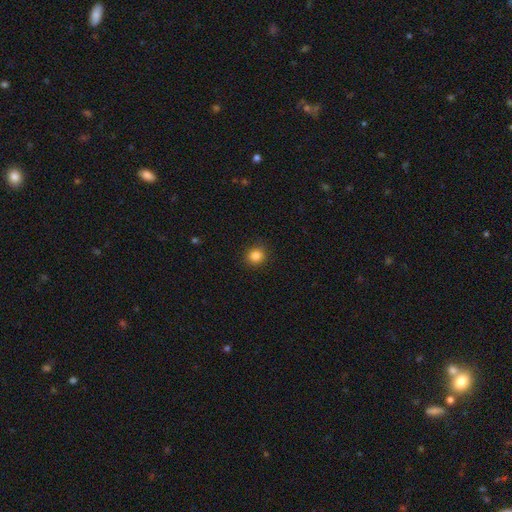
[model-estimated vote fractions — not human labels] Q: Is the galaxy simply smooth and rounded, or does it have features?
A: smooth — 85%.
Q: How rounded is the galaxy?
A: round — 86%.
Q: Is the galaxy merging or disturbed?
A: none — 89%.